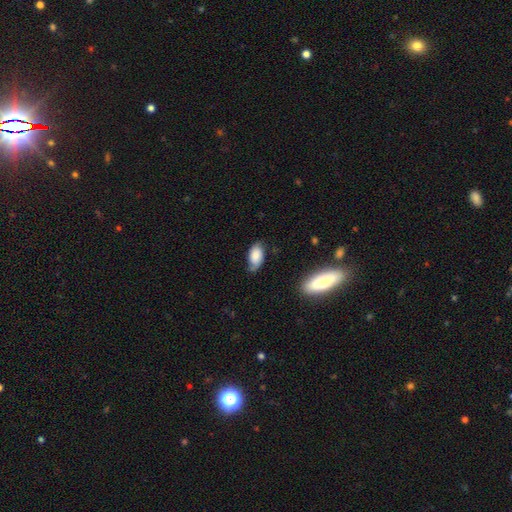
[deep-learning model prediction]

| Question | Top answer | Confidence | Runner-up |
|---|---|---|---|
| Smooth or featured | smooth | 70% | featured or disk (22%) |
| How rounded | in between | 93% | round (4%) |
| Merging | none | 57% | minor disturbance (33%) |